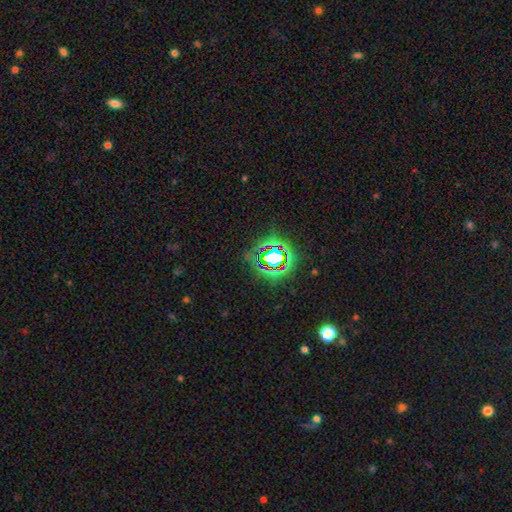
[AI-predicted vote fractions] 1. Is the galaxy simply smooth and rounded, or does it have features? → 77% star or artifact, 13% smooth, 10% featured or disk.